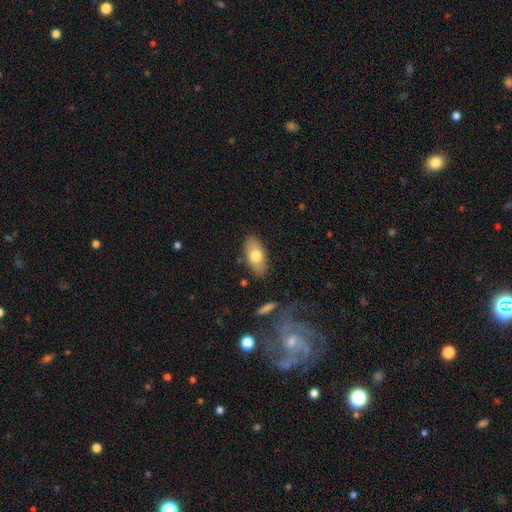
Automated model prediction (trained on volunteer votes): Smooth or featured? Predicted: smooth (p=0.73). How rounded? Predicted: in between (p=0.90). Merging? Predicted: none (p=0.84).